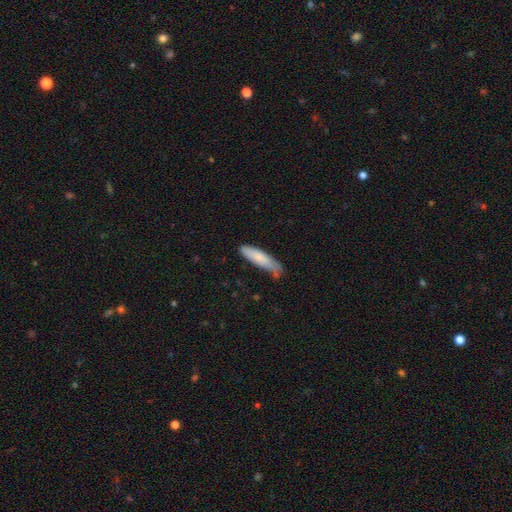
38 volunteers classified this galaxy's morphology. Overall: smooth (87%). How rounded: cigar-shaped (88%). Merging: none (72%).